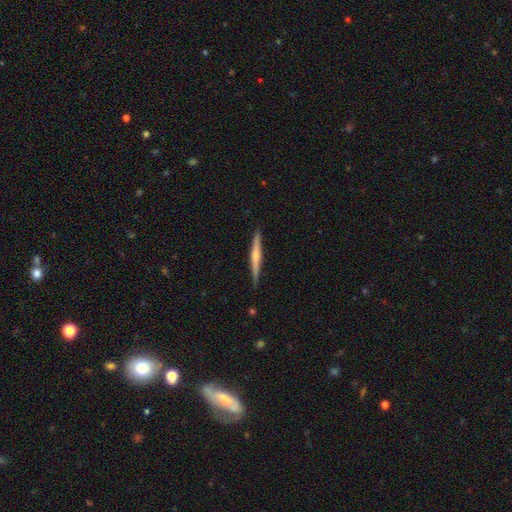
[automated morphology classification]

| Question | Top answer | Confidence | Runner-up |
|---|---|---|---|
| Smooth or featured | featured or disk | 59% | smooth (36%) |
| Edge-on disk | yes | 98% | no (2%) |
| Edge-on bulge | rounded | 64% | none (27%) |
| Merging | none | 90% | minor disturbance (8%) |